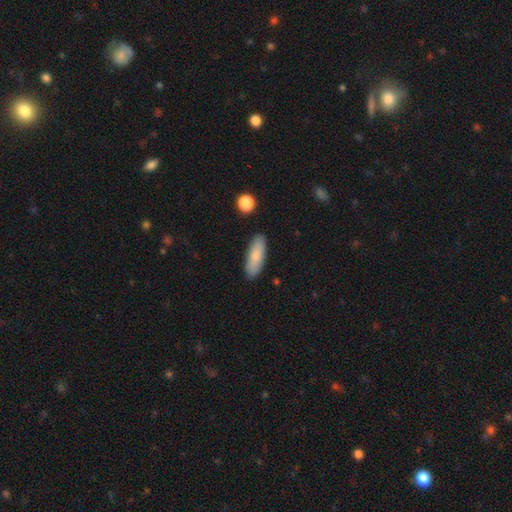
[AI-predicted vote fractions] Q: Smooth or featured?
A: smooth (81%); runner-up: featured or disk (13%)
Q: How rounded?
A: in between (60%); runner-up: cigar-shaped (38%)
Q: Merging?
A: none (87%); runner-up: minor disturbance (9%)